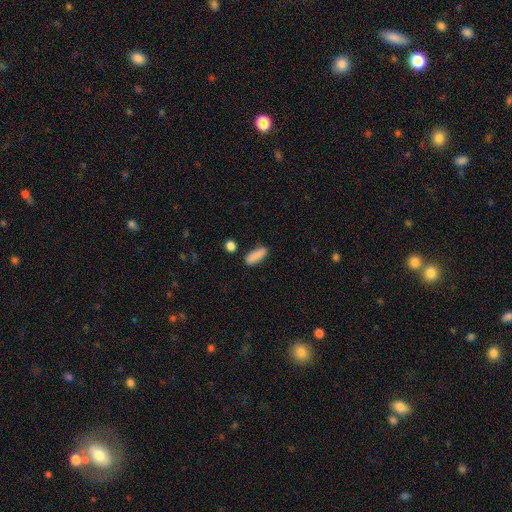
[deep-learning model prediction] Smooth or featured? smooth (88%)
How rounded? in between (67%)
Merging? none (79%)